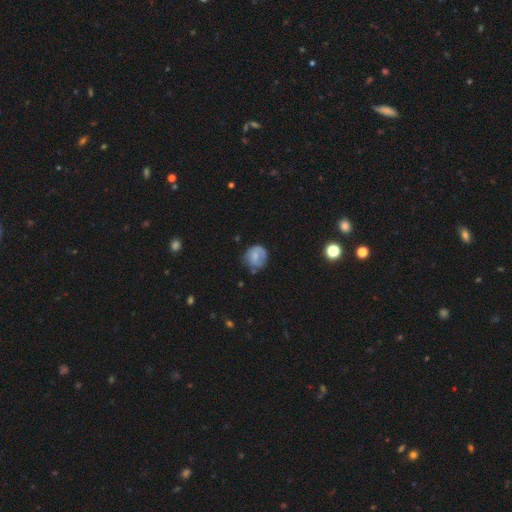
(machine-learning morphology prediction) Overall: smooth (65%; featured or disk 26%). How rounded: round (81%). Merging: none (59%; minor disturbance 27%).